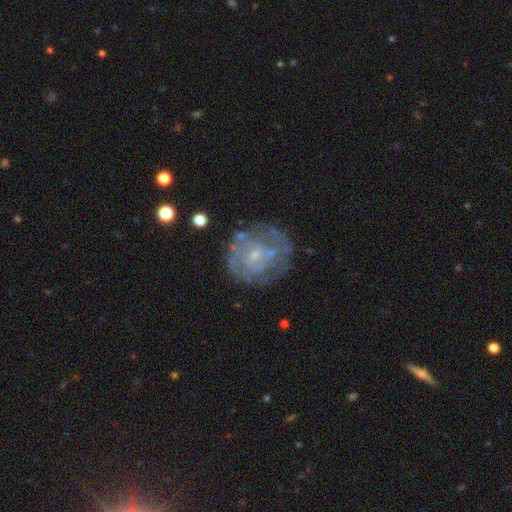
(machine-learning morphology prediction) featured or disk 71%, smooth 21%, star or artifact 9%. Down the decision tree: edge-on disk — no (98%); bar — no (68%); spiral arms — yes (55%); bulge size — small (68%); merging — none (65%).